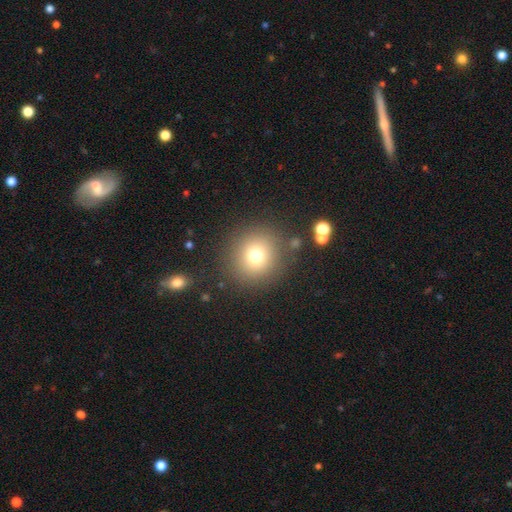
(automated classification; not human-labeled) Smooth or featured? smooth (73%)
How rounded? round (92%)
Merging? none (85%)